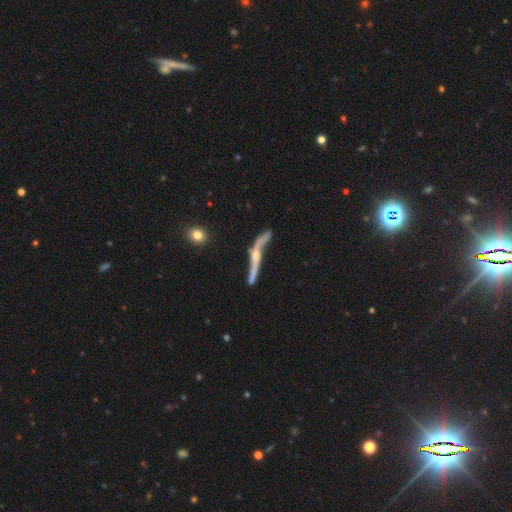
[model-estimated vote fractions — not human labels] Q: Smooth or featured?
A: featured or disk (80%); runner-up: smooth (12%)
Q: Edge-on disk?
A: yes (72%); runner-up: no (28%)
Q: Edge-on bulge?
A: rounded (78%); runner-up: none (15%)
Q: Merging?
A: none (47%); runner-up: minor disturbance (25%)